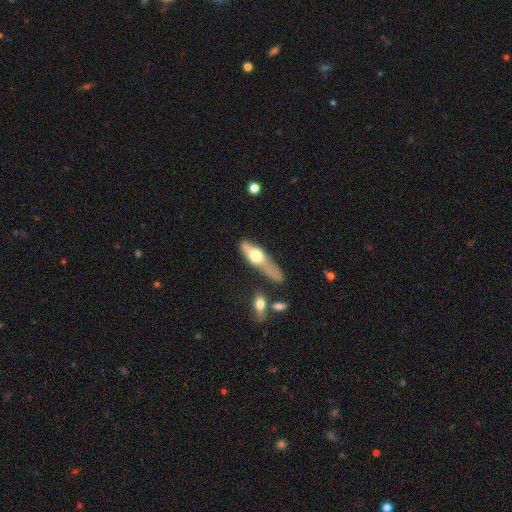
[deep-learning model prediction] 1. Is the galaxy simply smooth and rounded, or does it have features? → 48% smooth, 46% featured or disk, 6% star or artifact.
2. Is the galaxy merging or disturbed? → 46% none, 26% minor disturbance, 16% major disturbance, 13% merger.